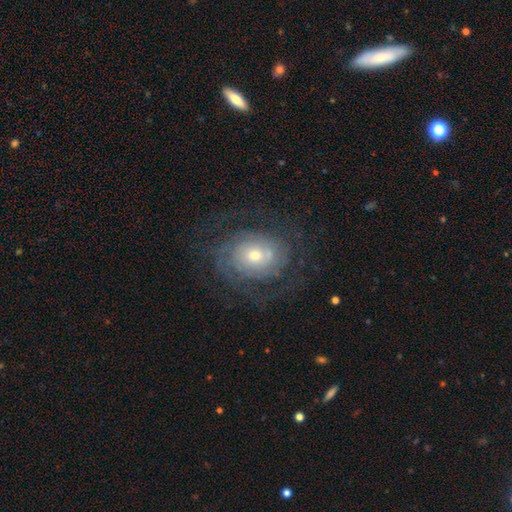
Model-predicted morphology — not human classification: This appears to be a featured or disk galaxy (73%) with no bar (78%), tight (63%) spiral arms (85%) and a moderate central bulge (48%). Merging: none (69%).